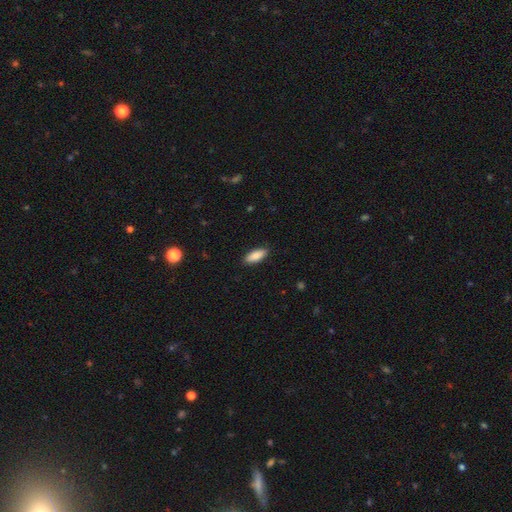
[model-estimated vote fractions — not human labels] Morphology: type=smooth (87%); roundness=in between (77%); merging=none (88%).